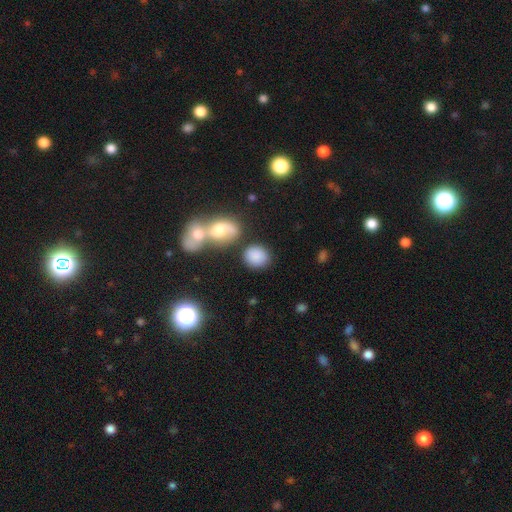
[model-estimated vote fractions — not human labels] Smooth or featured: smooth — 82% (star or artifact — 9%)
How rounded: round — 69% (in between — 30%)
Merging: none — 63% (merger — 17%)